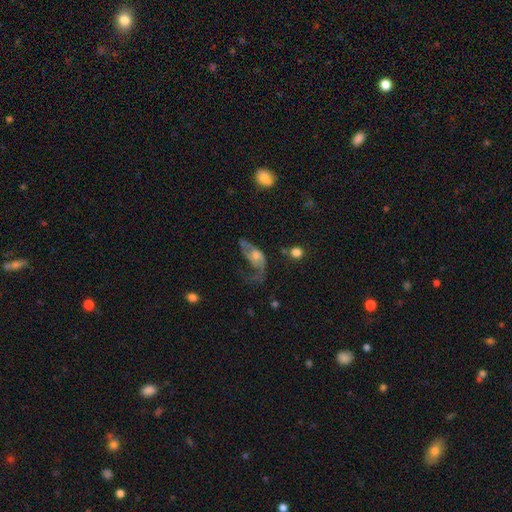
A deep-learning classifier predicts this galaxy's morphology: Smooth or featured?
  - featured or disk: 65% *
  - smooth: 26%
  - star or artifact: 9%
Edge-on disk?
  - no: 92% *
  - yes: 8%
Bar?
  - no: 71% *
  - weak: 24%
  - strong: 5%
Spiral arms?
  - yes: 74% *
  - no: 26%
Bulge size?
  - moderate: 48% *
  - small: 34%
  - large: 9%
  - none: 7%
  - dominant: 2%
Merging?
  - major disturbance: 52% *
  - none: 25%
  - minor disturbance: 18%
  - merger: 5%